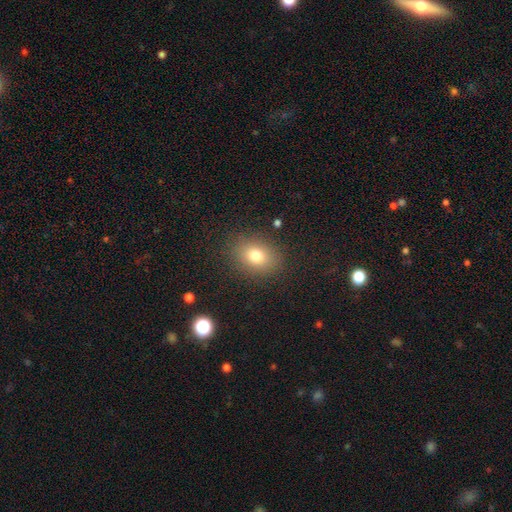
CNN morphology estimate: This is likely a smooth galaxy (77%). How rounded: possibly in between (55%). Merging: clearly none (86%).